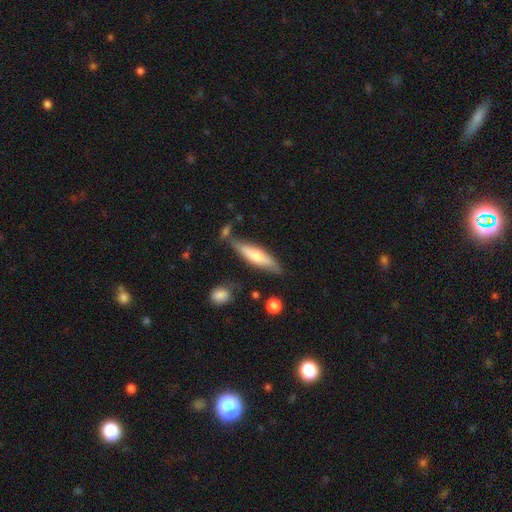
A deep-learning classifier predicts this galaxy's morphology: Smooth or featured: smooth — 59% (featured or disk — 36%)
How rounded: cigar-shaped — 69% (in between — 29%)
Merging: none — 67% (minor disturbance — 20%)